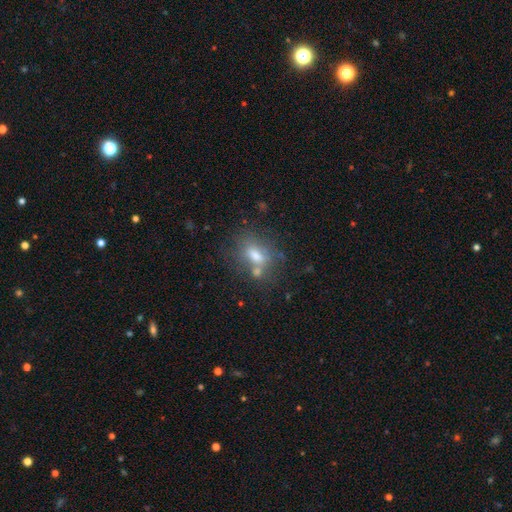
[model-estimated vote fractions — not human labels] Overall: smooth (62%; featured or disk 24%). How rounded: in between (72%). Merging: none (51%; merger 26%).